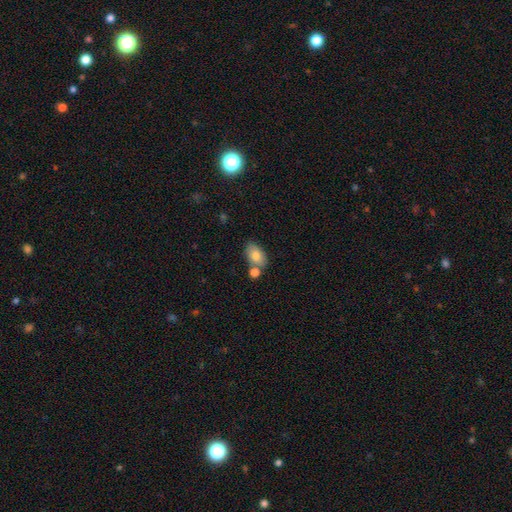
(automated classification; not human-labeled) The model was most divided on "merging": none: 61%, merger: 20%, minor disturbance: 15%, major disturbance: 4%. More confident: how rounded — in between (90%); smooth or featured — smooth (80%).